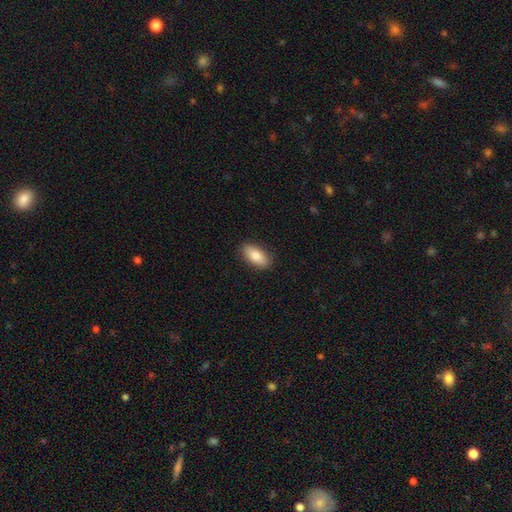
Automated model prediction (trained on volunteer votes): Overall: smooth (85%). How rounded: in between (88%). Merging: none (88%).